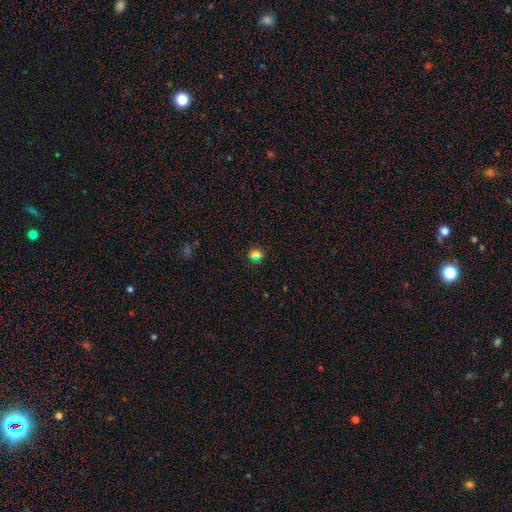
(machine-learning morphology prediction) Smooth or featured? Predicted: smooth (p=0.60). How rounded? Predicted: round (p=0.64). Merging? Predicted: none (p=0.86).